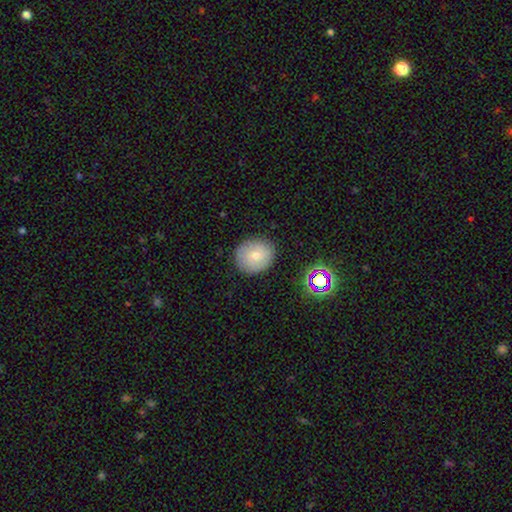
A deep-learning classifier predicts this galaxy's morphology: This is likely a smooth galaxy (74%). How rounded: likely round (78%). Merging: clearly none (85%).